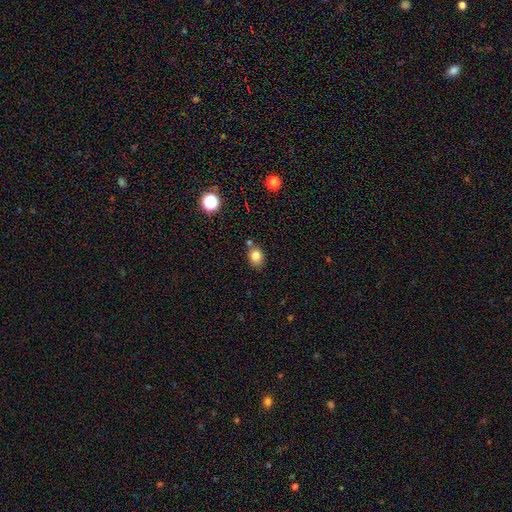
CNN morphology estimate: A smooth galaxy with no disk features (81%) that is in between round and cigar-shaped (55%). Merging: none (69%).